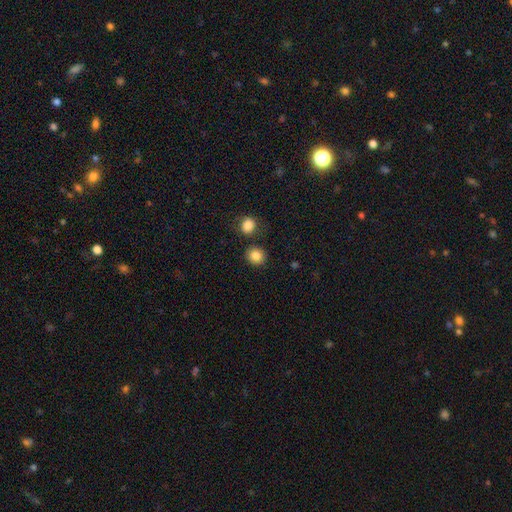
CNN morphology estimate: The model was most divided on "how rounded": round: 82%, in between: 17%, cigar-shaped: 1%. More confident: smooth or featured — smooth (86%); merging — none (81%).